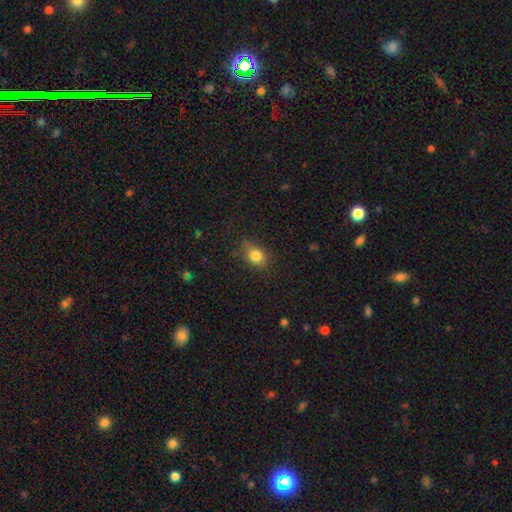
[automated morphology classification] This appears to be a smooth galaxy with no disk features (82%) that is in between round and cigar-shaped (55%). Merging: none (78%).